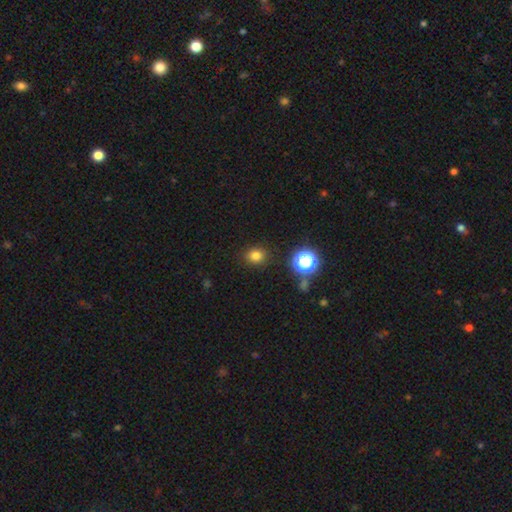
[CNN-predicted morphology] The model was most divided on "how rounded": round: 75%, in between: 24%, cigar-shaped: 1%. More confident: merging — none (89%); smooth or featured — smooth (78%).